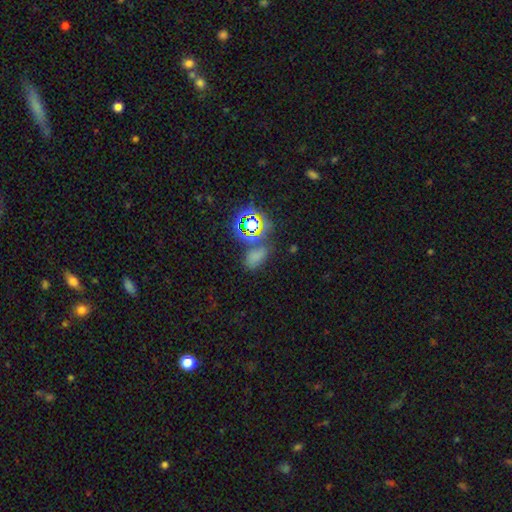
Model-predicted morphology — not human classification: A smooth galaxy with no disk features (55%) that is in between round and cigar-shaped (80%).

Vote fractions:
- Smooth or featured? smooth: 55% / star or artifact: 36% / featured or disk: 9%
- How rounded? in between: 80% / round: 16% / cigar-shaped: 4%
- Merging? none: 55% / minor disturbance: 18% / merger: 17% / major disturbance: 10%